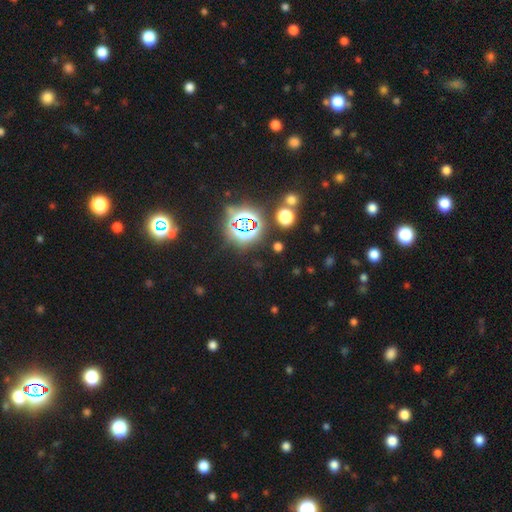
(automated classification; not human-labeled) A star or artifact, not a galaxy (73%).

Vote fractions:
- Smooth or featured? star or artifact: 73% / smooth: 21% / featured or disk: 7%